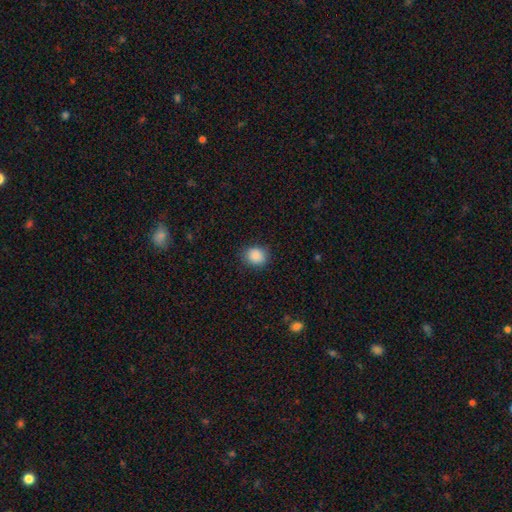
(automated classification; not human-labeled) smooth-or-featured: smooth: 88% | star or artifact: 8% | featured or disk: 3%
  how-rounded: round: 67% | in between: 32% | cigar-shaped: 1%
  merging: none: 85% | minor disturbance: 11% | major disturbance: 3% | merger: 1%